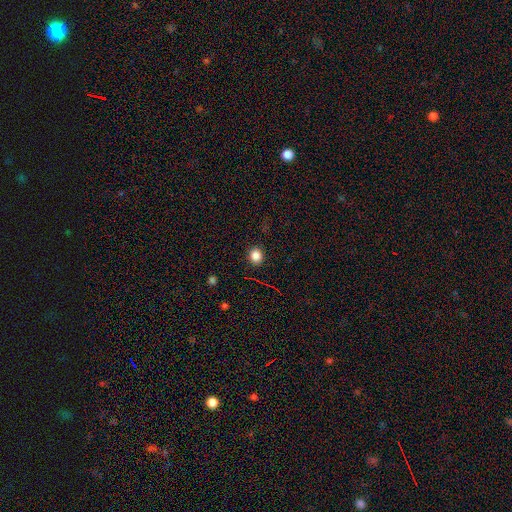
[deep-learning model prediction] Q: Smooth or featured?
A: smooth (83%); runner-up: star or artifact (13%)
Q: How rounded?
A: round (76%); runner-up: in between (22%)
Q: Merging?
A: none (89%); runner-up: minor disturbance (7%)